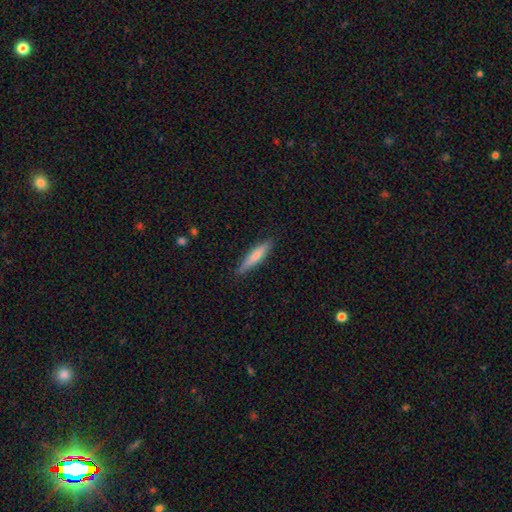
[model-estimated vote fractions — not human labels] A smooth galaxy with no disk features (71%) that is cigar-shaped (86%). Merging: none (86%).